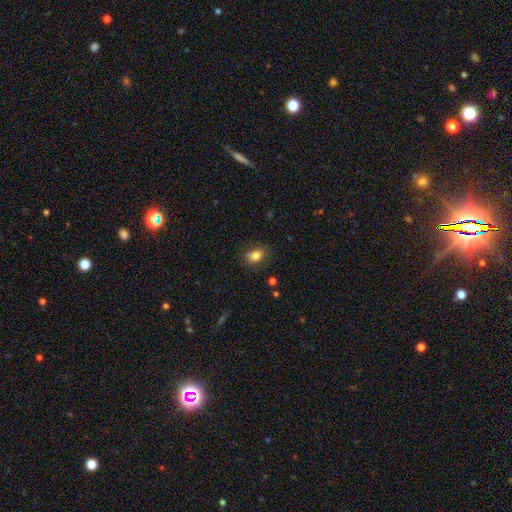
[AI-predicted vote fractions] Q: Smooth or featured?
A: smooth (80%); runner-up: star or artifact (10%)
Q: How rounded?
A: in between (64%); runner-up: round (34%)
Q: Merging?
A: none (74%); runner-up: minor disturbance (17%)